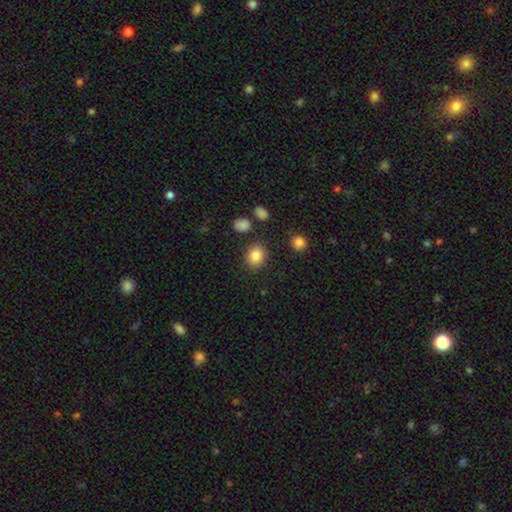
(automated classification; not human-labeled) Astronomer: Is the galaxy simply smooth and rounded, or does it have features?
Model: smooth — 84%.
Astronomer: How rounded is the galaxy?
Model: round — 61% (runner-up: in between, 39%).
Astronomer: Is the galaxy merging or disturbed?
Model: none — 85%.